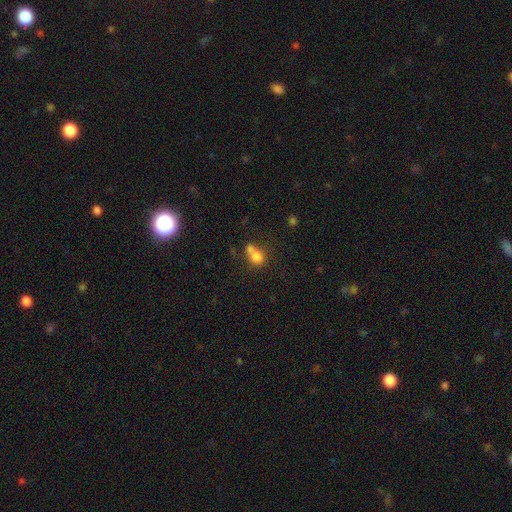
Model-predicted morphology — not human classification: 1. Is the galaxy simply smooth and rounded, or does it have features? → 76% smooth, 12% featured or disk, 12% star or artifact.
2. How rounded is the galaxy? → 66% round, 32% in between, 1% cigar-shaped.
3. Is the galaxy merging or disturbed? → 50% merger, 33% none, 11% minor disturbance, 6% major disturbance.